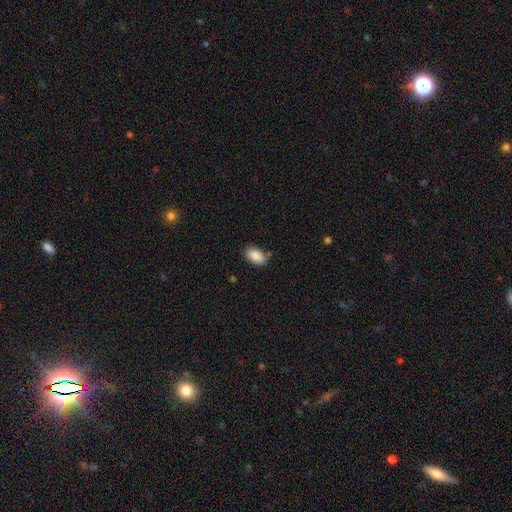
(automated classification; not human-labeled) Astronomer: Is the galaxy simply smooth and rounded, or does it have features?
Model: smooth — 89%.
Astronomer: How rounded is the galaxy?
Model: in between — 93%.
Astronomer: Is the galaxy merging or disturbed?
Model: none — 80%.